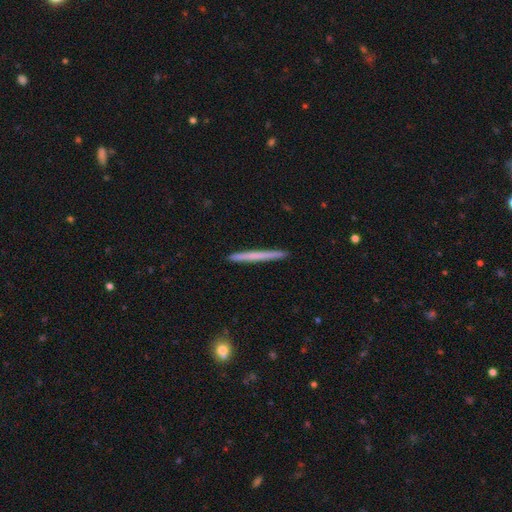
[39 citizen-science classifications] smooth 62%, featured or disk 33%, star or artifact 5%. Down the decision tree: how rounded — cigar-shaped (100%); merging — none (89%).